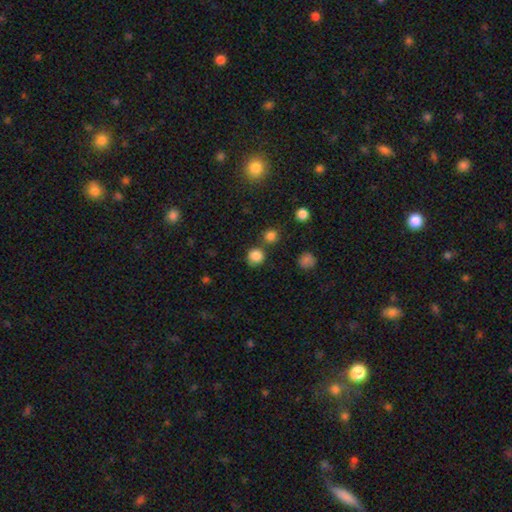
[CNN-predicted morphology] Overall: smooth (84%). How rounded: round (90%). Merging: none (74%).